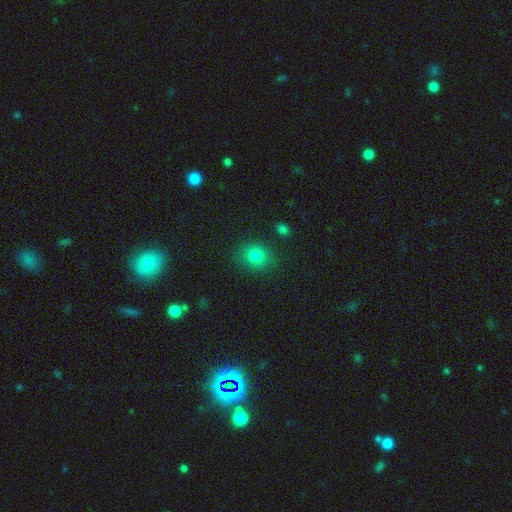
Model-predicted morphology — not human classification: smooth-or-featured: smooth: 80% | star or artifact: 13% | featured or disk: 7%
  how-rounded: round: 72% | in between: 27% | cigar-shaped: 1%
  merging: none: 84% | minor disturbance: 10% | major disturbance: 3% | merger: 2%